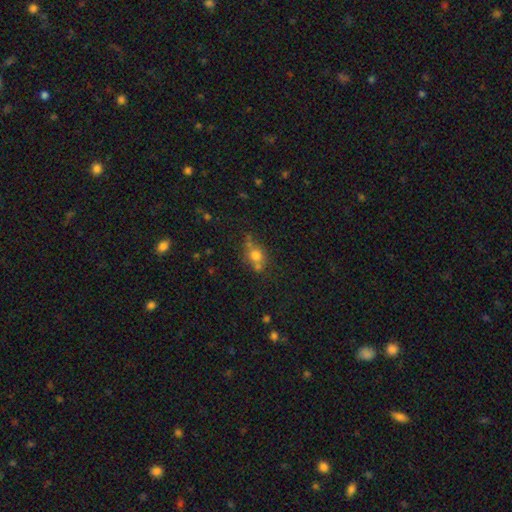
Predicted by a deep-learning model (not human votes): The model was most divided on "how rounded": round: 54%, in between: 43%, cigar-shaped: 3%. More confident: smooth or featured — smooth (67%); merging — none (54%).